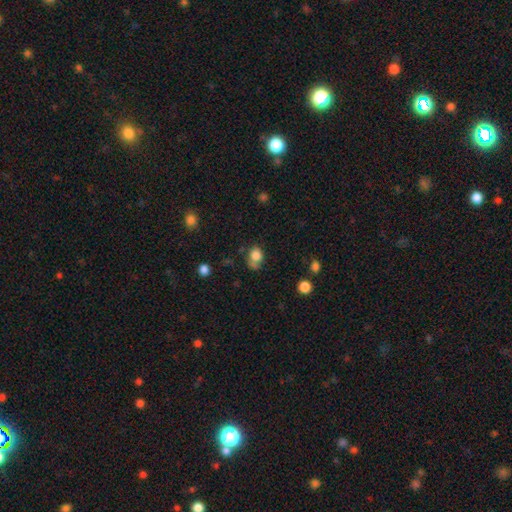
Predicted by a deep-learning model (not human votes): This is clearly a smooth galaxy (81%). How rounded: possibly round (55%). Merging: possibly none (51%).